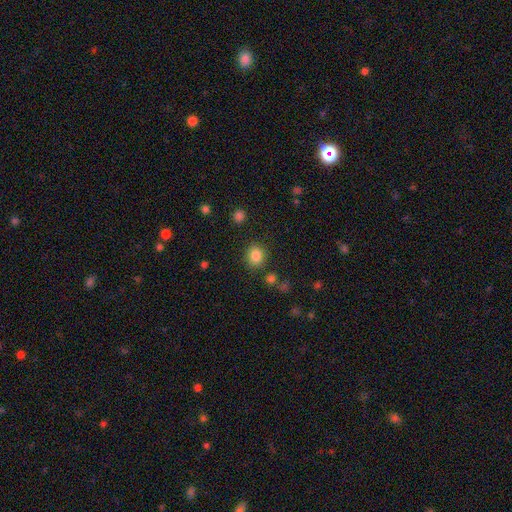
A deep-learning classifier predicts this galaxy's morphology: Smooth or featured?
  - smooth: 85% *
  - star or artifact: 10%
  - featured or disk: 5%
How rounded?
  - round: 75% *
  - in between: 24%
  - cigar-shaped: 1%
Merging?
  - none: 85% *
  - minor disturbance: 9%
  - major disturbance: 3%
  - merger: 3%